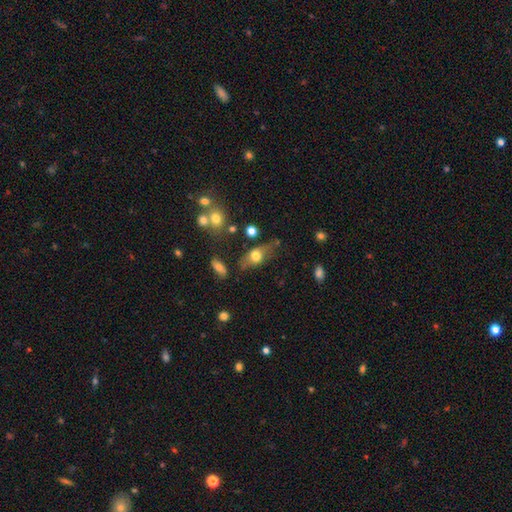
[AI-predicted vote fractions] This appears to be a smooth galaxy with no disk features (60%) that is in between round and cigar-shaped (71%). Merging: none (54%).